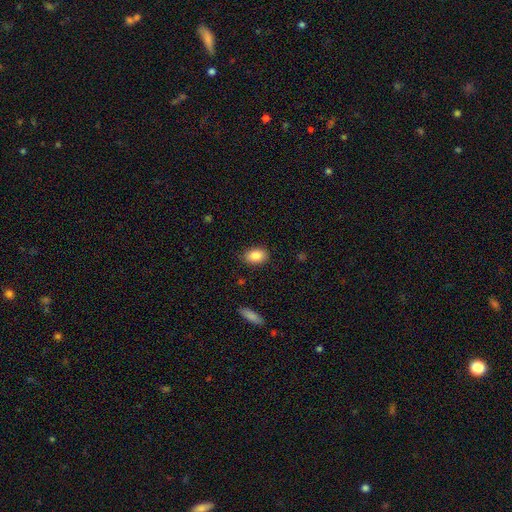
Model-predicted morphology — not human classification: Smooth or featured? Predicted: smooth (p=0.86). How rounded? Predicted: in between (p=0.85). Merging? Predicted: none (p=0.83).